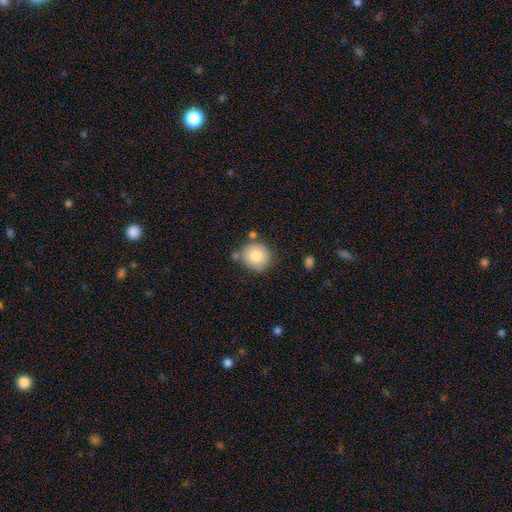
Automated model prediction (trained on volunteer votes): A smooth galaxy with no disk features (81%) that is round (90%). Merging: none (71%).